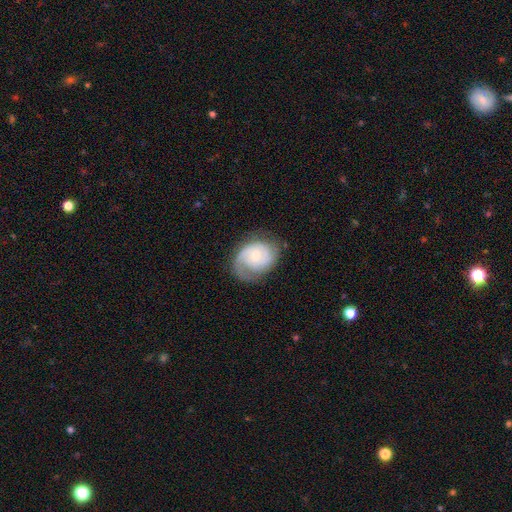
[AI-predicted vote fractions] The model was most divided on "bulge size": small: 48%, moderate: 47%, large: 3%, none: 2%, dominant: 1%. Remaining: edge-on disk — no (97%); spiral arms — yes (93%); smooth or featured — featured or disk (76%); bar — no (70%); merging — none (63%); spiral arm count — 2 (52%); spiral winding — tight (46%).